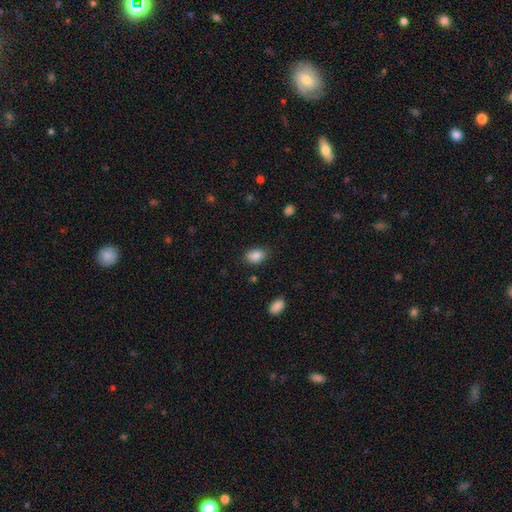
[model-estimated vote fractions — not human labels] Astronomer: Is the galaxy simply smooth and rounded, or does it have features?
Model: smooth — 86%.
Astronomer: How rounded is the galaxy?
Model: in between — 85%.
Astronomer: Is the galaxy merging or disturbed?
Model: none — 81%.